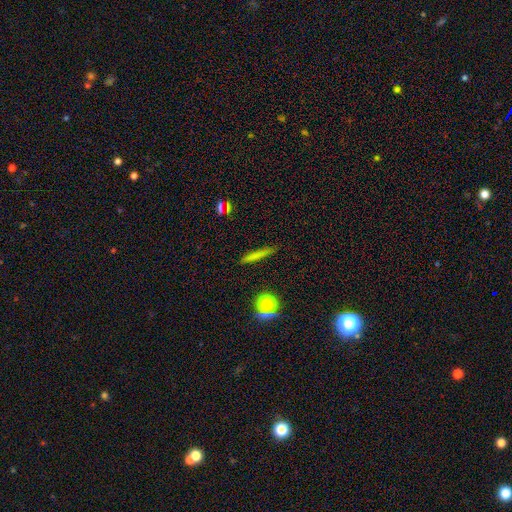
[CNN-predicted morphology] smooth_or_featured: smooth (p=0.69) [alt: featured or disk p=0.19]
how_rounded: cigar-shaped (p=0.92) [alt: in between p=0.05]
merging: none (p=0.86) [alt: minor disturbance p=0.10]